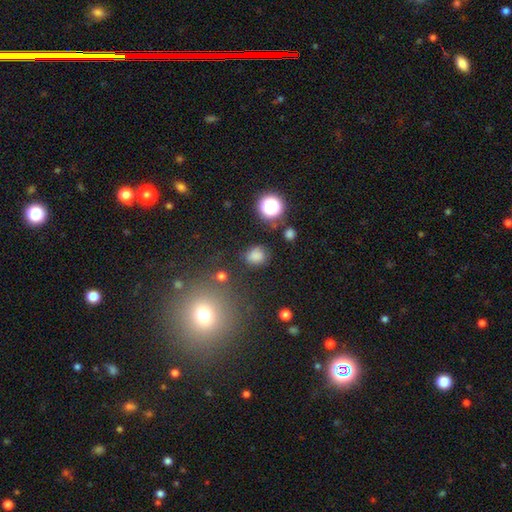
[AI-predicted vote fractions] Overall: smooth (77%). How rounded: round (58%; in between 41%). Merging: none (72%).